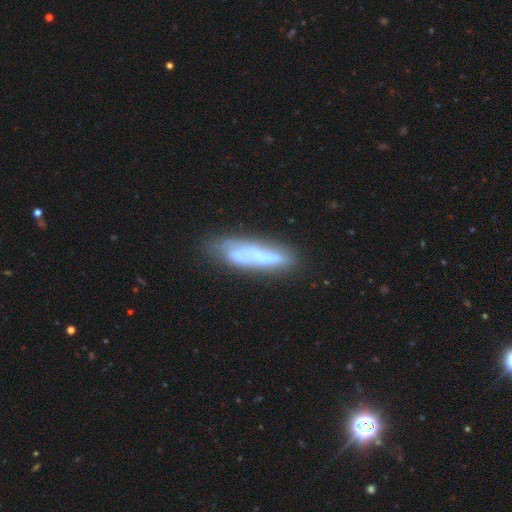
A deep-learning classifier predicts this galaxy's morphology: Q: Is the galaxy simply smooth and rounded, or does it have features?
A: smooth — 46%.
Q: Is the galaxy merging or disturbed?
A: none — 60%.